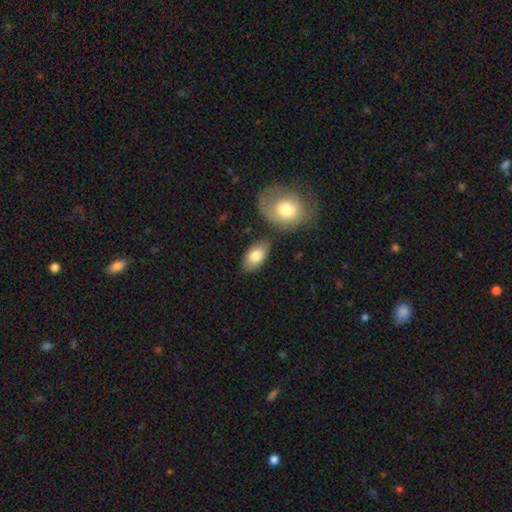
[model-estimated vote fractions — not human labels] Smooth or featured? smooth (79%)
How rounded? in between (92%)
Merging? none (75%)